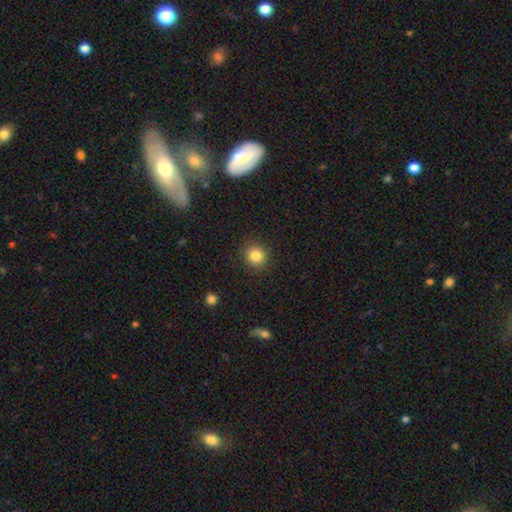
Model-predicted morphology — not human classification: smooth 84%, star or artifact 11%, featured or disk 5%. Down the decision tree: how rounded — round (90%); merging — none (89%).